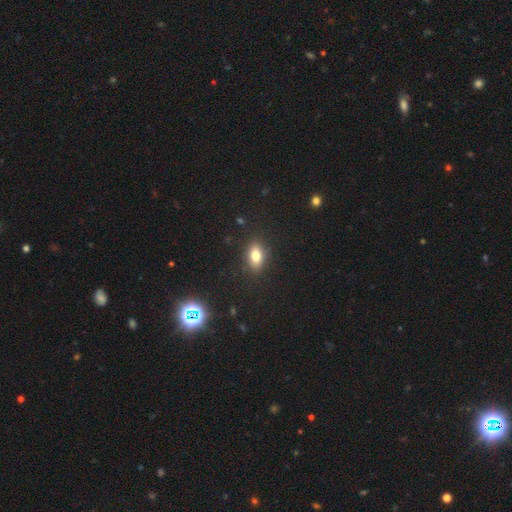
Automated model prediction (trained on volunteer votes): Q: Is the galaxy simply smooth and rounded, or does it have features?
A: smooth — 78%.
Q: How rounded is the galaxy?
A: in between — 83%.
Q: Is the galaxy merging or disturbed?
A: none — 87%.